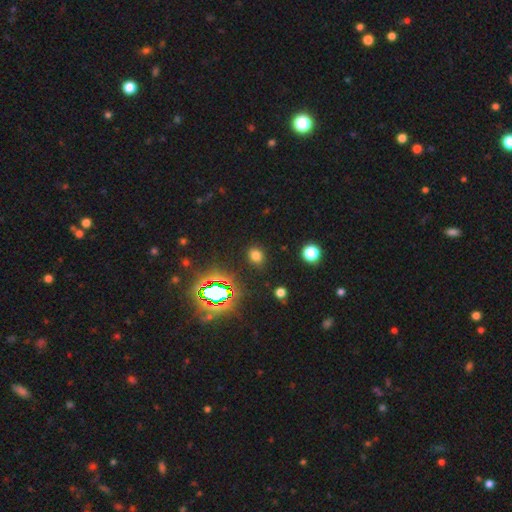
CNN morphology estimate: Smooth or featured: smooth — 70% (star or artifact — 24%)
How rounded: round — 64% (in between — 35%)
Merging: none — 87% (minor disturbance — 8%)